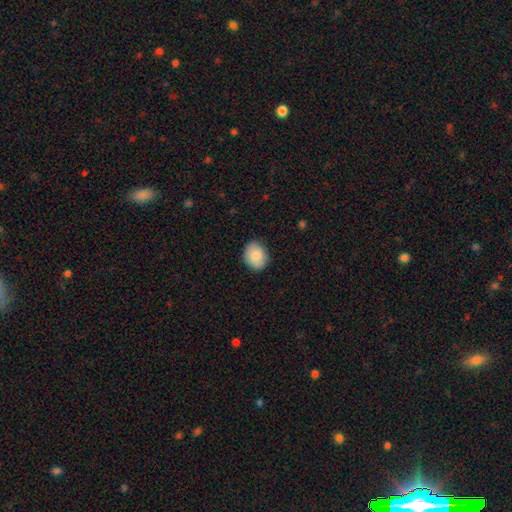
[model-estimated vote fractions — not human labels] The model was most divided on "how rounded": round: 57%, in between: 43%, cigar-shaped: 1%. More confident: merging — none (84%); smooth or featured — smooth (84%).